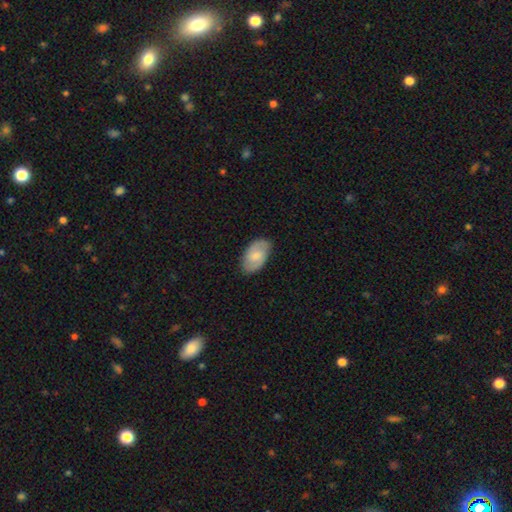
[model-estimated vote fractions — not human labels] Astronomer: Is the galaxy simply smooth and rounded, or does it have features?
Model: smooth — 49% (runner-up: featured or disk, 45%).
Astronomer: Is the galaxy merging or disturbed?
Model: none — 83%.